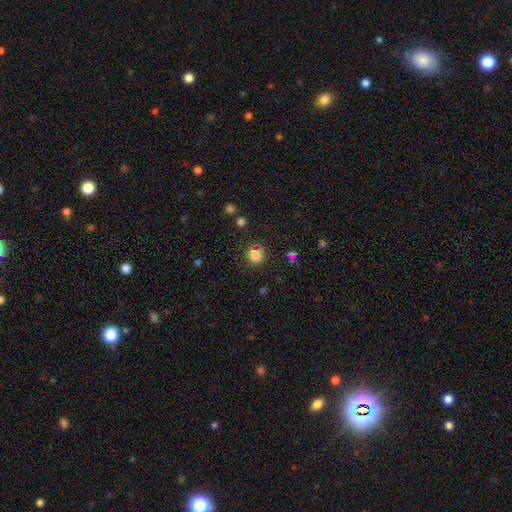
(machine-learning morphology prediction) Overall: smooth (76%). How rounded: round (89%). Merging: none (74%).